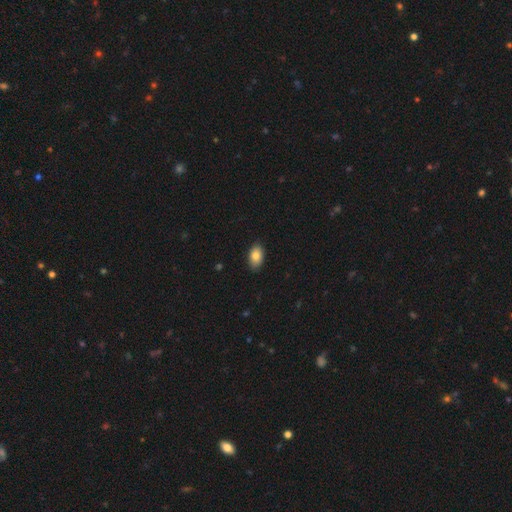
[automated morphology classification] Q: Smooth or featured?
A: smooth (84%); runner-up: featured or disk (9%)
Q: How rounded?
A: in between (92%); runner-up: round (6%)
Q: Merging?
A: none (87%); runner-up: minor disturbance (11%)